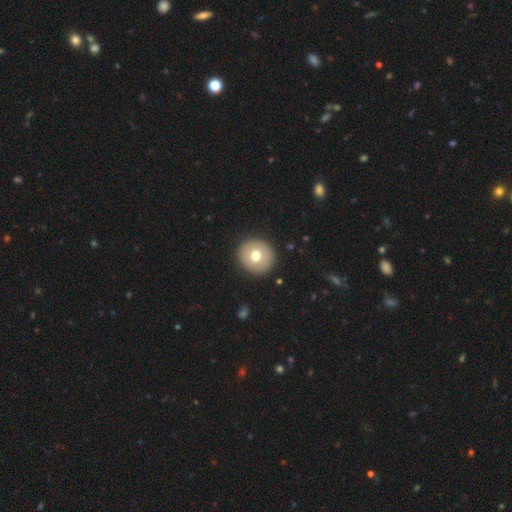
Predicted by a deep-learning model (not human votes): Morphology: type=smooth (70%); roundness=round (91%); merging=none (91%).